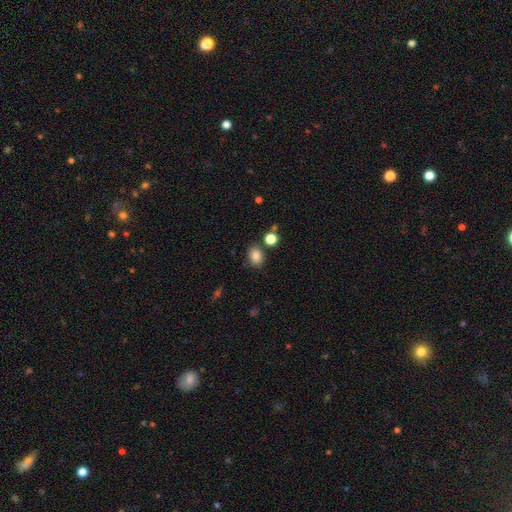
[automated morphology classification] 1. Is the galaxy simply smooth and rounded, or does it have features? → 84% smooth, 11% star or artifact, 6% featured or disk.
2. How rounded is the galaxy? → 56% in between, 42% round, 1% cigar-shaped.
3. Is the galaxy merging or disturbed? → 81% none, 10% minor disturbance, 6% merger, 3% major disturbance.